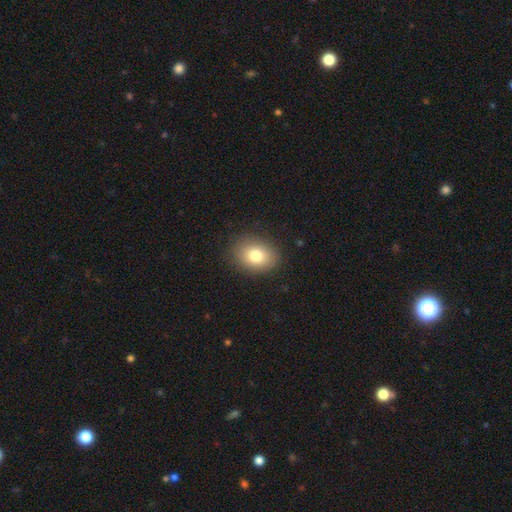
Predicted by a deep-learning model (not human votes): Overall: smooth (80%). How rounded: in between (67%; round 32%). Merging: none (87%).